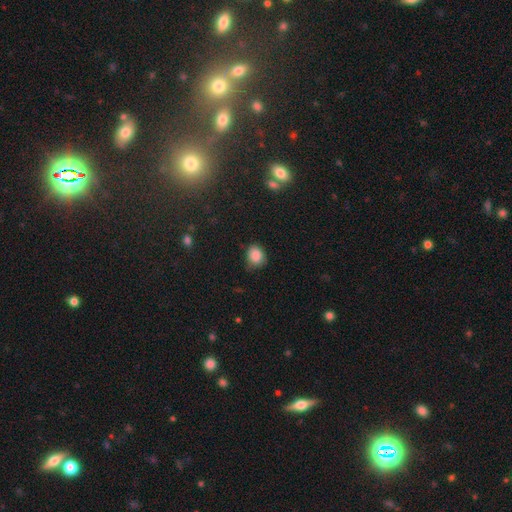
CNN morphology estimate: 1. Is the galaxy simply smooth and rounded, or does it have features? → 87% smooth, 9% star or artifact, 4% featured or disk.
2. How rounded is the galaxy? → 62% round, 37% in between, 1% cigar-shaped.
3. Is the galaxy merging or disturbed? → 69% none, 25% minor disturbance, 4% major disturbance, 2% merger.